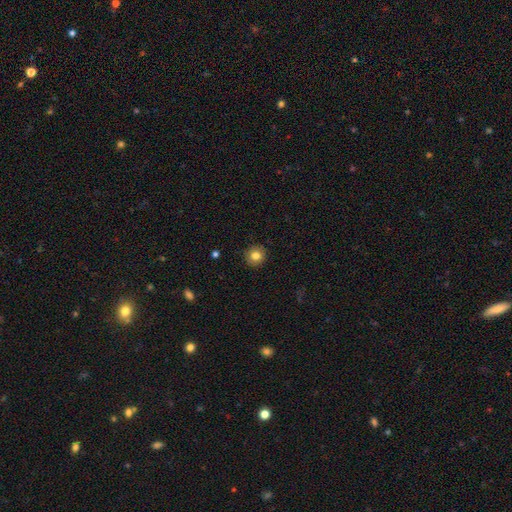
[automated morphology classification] Overall: smooth (82%). How rounded: round (93%). Merging: none (92%).